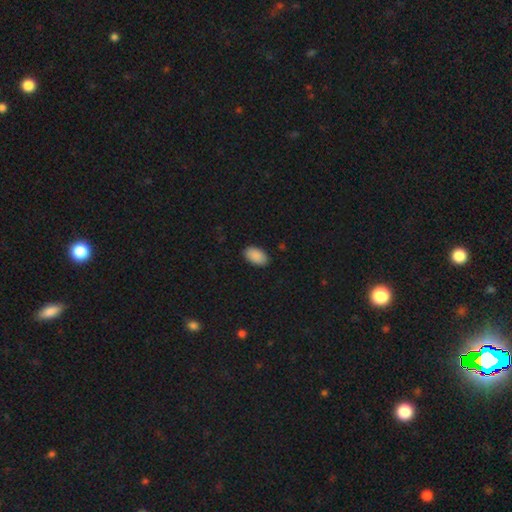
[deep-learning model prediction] Overall: smooth (90%). How rounded: in between (94%). Merging: none (88%).